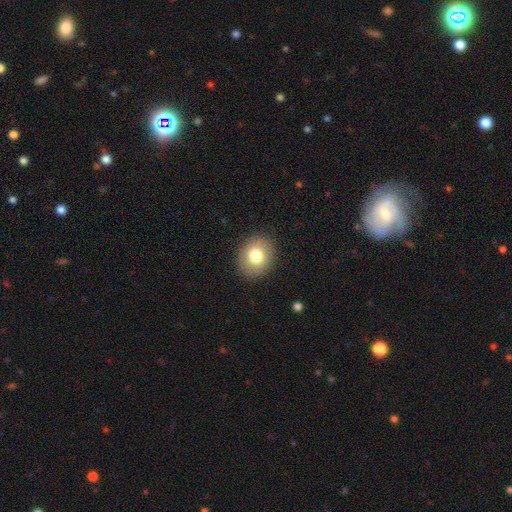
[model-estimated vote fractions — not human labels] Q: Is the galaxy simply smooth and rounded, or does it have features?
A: smooth — 78%.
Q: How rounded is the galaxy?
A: round — 63%.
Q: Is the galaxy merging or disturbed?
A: none — 89%.